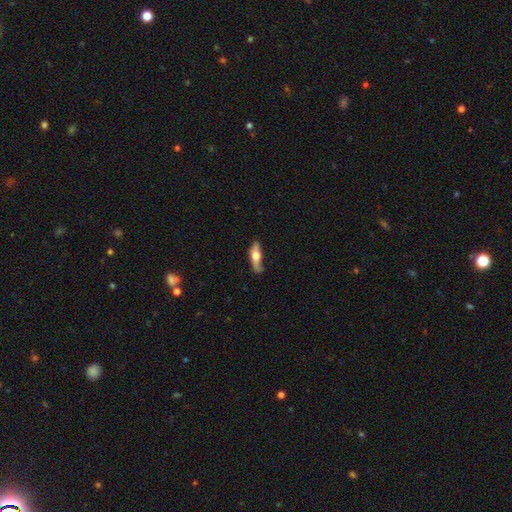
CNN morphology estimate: Smooth or featured?
  - smooth: 53% *
  - featured or disk: 42%
  - star or artifact: 5%
How rounded?
  - cigar-shaped: 51% *
  - in between: 46%
  - round: 3%
Merging?
  - none: 66% *
  - minor disturbance: 25%
  - major disturbance: 7%
  - merger: 2%